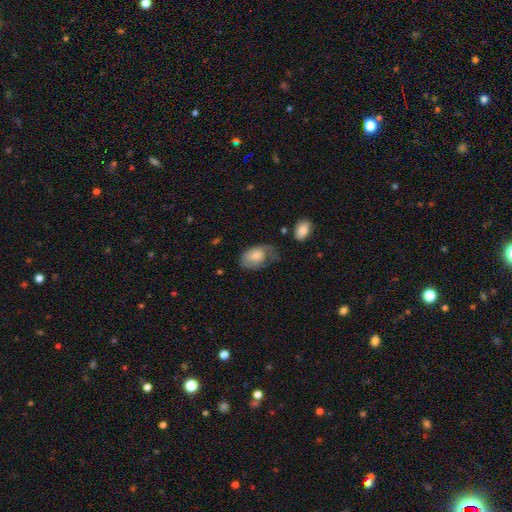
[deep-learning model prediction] smooth 65%, featured or disk 28%, star or artifact 7%. Down the decision tree: how rounded — in between (88%); merging — minor disturbance (34%).